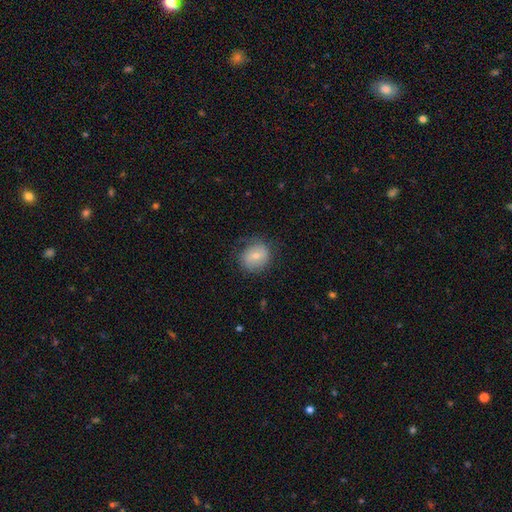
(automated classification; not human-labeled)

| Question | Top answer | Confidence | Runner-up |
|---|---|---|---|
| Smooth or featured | smooth | 67% | featured or disk (25%) |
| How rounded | round | 74% | in between (25%) |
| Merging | none | 68% | minor disturbance (21%) |